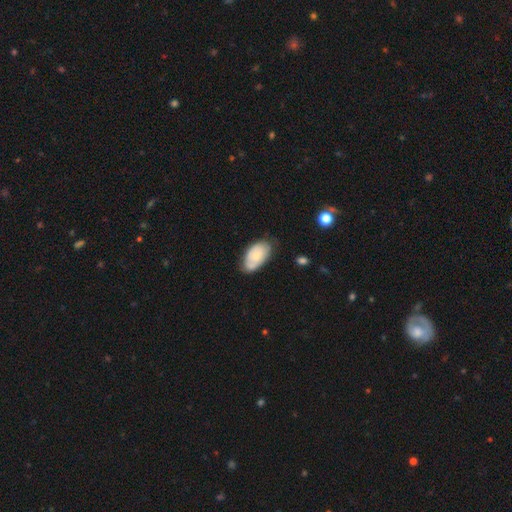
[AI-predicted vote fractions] Overall: smooth (63%; featured or disk 31%). How rounded: in between (95%). Merging: none (67%).